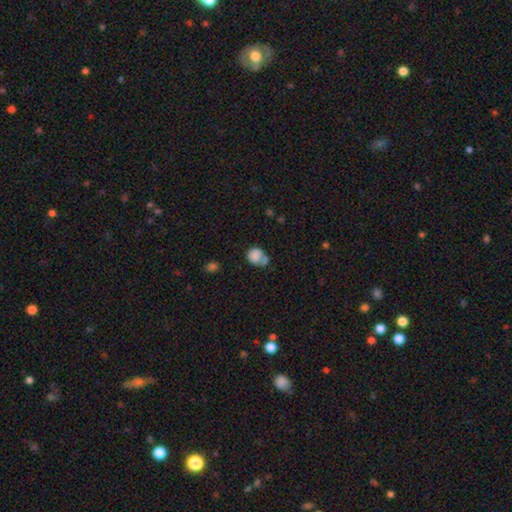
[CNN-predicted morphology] This appears to be a smooth galaxy with no disk features (79%) that is round (71%). Merging: none (38%).